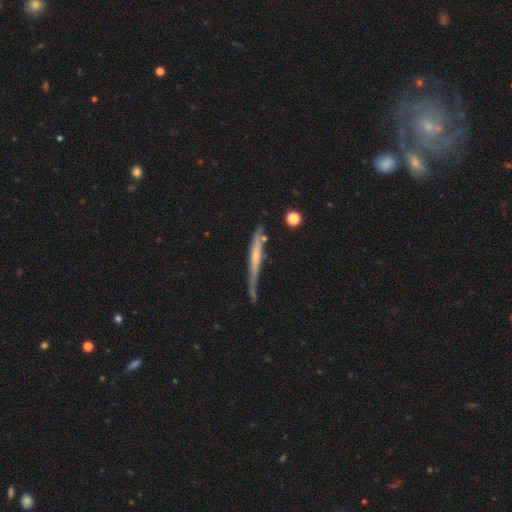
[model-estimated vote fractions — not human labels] Smooth or featured: featured or disk — 54% (smooth — 40%)
Edge-on disk: yes — 91% (no — 9%)
Merging: none — 60% (minor disturbance — 26%)